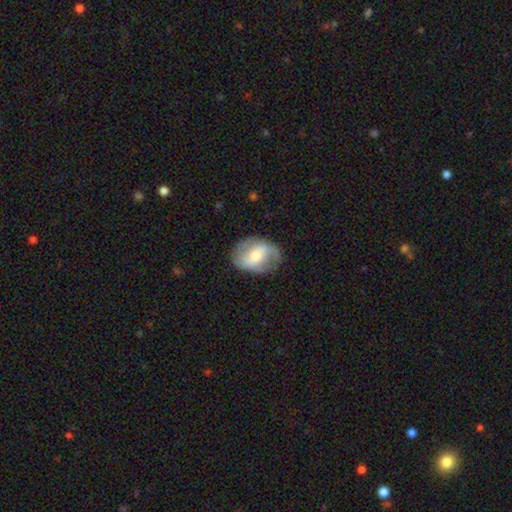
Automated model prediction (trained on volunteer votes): smooth-or-featured: featured or disk: 60% | smooth: 34% | star or artifact: 6%
  disk-edge-on: no: 95% | yes: 5%
    bar: weak: 42% | no: 33% | strong: 25%
    has-spiral-arms: yes: 72% | no: 28%
    bulge-size: moderate: 58% | small: 33% | large: 6% | none: 2% | dominant: 1%
  merging: none: 75% | minor disturbance: 17% | major disturbance: 7% | merger: 1%